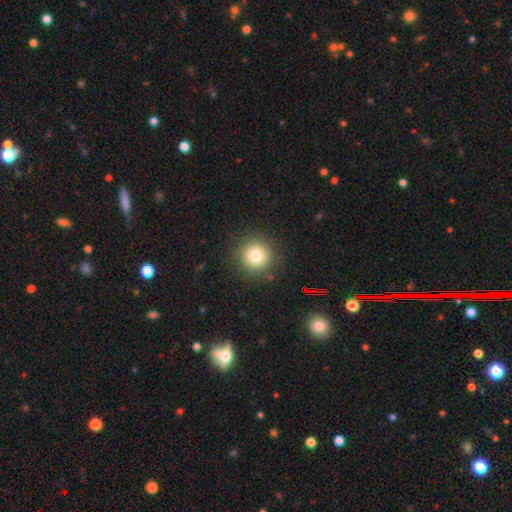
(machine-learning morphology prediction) smooth_or_featured: smooth (p=0.79) [alt: star or artifact p=0.12]
how_rounded: round (p=0.95) [alt: in between p=0.04]
merging: none (p=0.90) [alt: minor disturbance p=0.06]